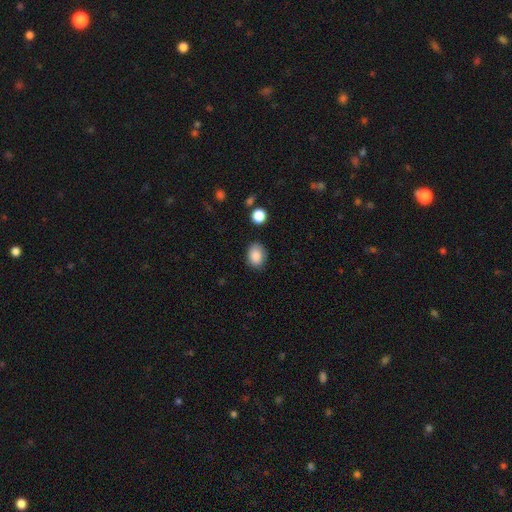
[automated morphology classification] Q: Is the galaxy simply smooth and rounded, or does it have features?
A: smooth — 87%.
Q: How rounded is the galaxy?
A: in between — 69%.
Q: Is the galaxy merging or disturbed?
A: none — 80%.